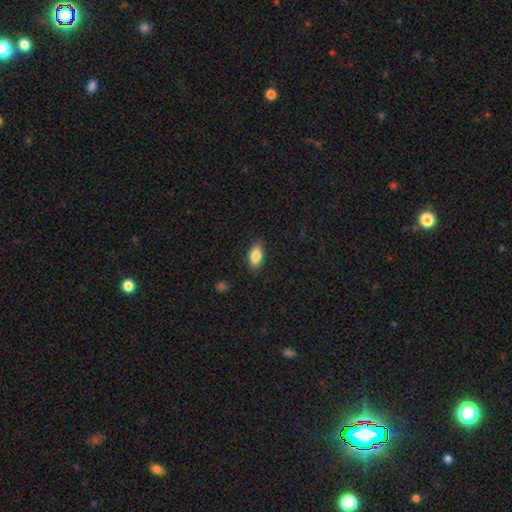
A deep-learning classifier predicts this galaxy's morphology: Smooth or featured?
  - smooth: 86% *
  - featured or disk: 7%
  - star or artifact: 7%
How rounded?
  - in between: 89% *
  - cigar-shaped: 7%
  - round: 4%
Merging?
  - none: 86% *
  - minor disturbance: 10%
  - major disturbance: 2%
  - merger: 1%